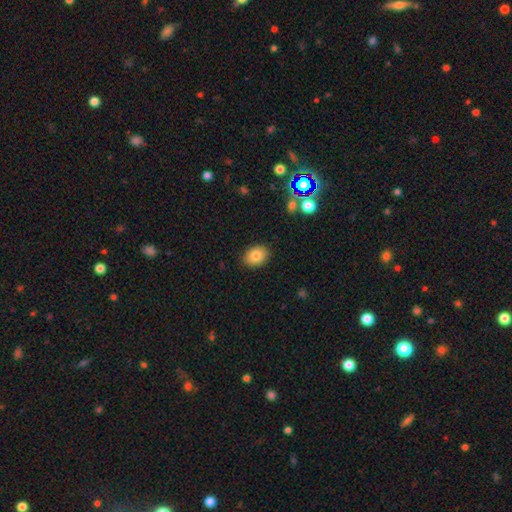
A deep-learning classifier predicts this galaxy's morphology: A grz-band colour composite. It shows a smooth galaxy with no disk features (82%) that is in between round and cigar-shaped (72%). Merging: none (88%).